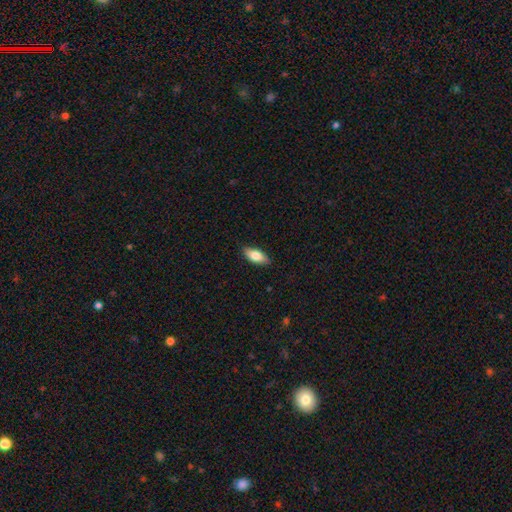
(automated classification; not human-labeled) smooth-or-featured: smooth: 78% | featured or disk: 16% | star or artifact: 6%
  how-rounded: in between: 83% | cigar-shaped: 15% | round: 3%
  merging: none: 87% | minor disturbance: 10% | major disturbance: 2% | merger: 1%